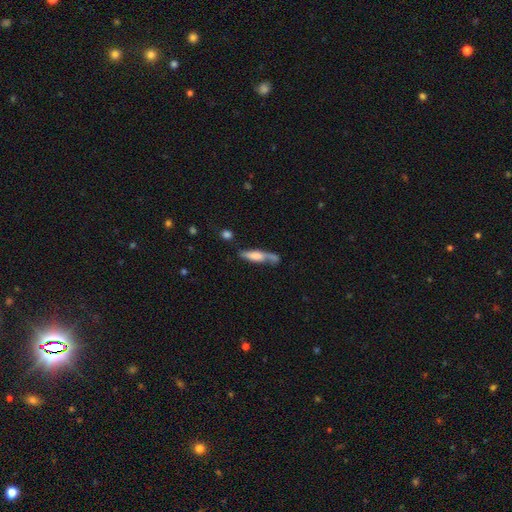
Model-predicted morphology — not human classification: smooth_or_featured: smooth (p=0.57) [alt: featured or disk p=0.36]
how_rounded: cigar-shaped (p=0.72) [alt: in between p=0.26]
merging: none (p=0.46) [alt: minor disturbance p=0.24]